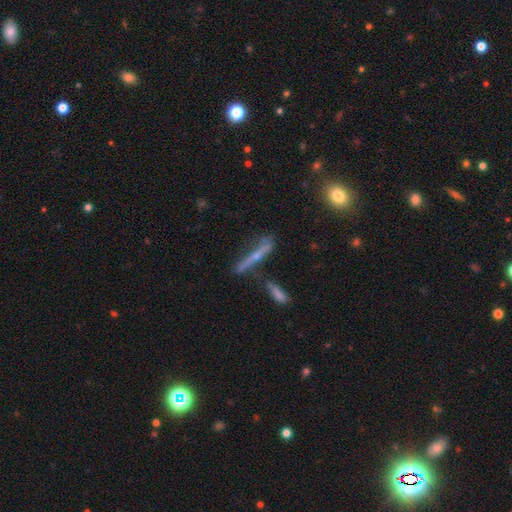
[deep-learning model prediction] featured or disk 66%, smooth 23%, star or artifact 11%. Down the decision tree: edge-on disk — yes (81%); edge-on bulge — rounded (70%); merging — none (57%).